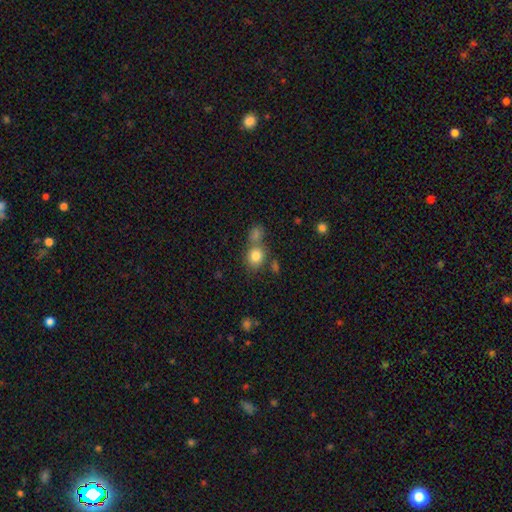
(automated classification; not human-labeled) A smooth galaxy with no disk features (81%) that is round (67%). Merging: none (54%).